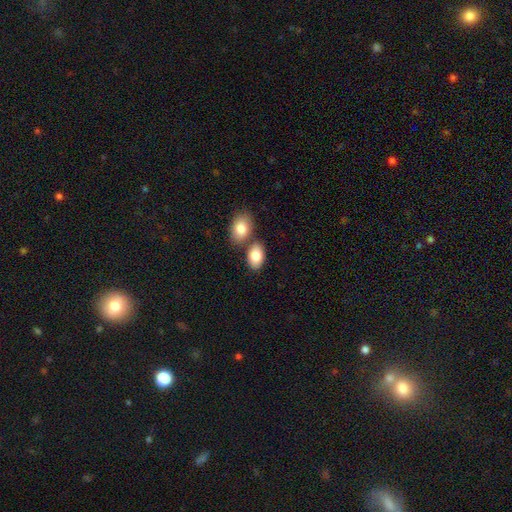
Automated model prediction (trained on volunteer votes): smooth-or-featured: smooth: 84% | featured or disk: 9% | star or artifact: 7%
  how-rounded: in between: 90% | round: 9% | cigar-shaped: 1%
  merging: none: 56% | merger: 31% | minor disturbance: 11% | major disturbance: 3%